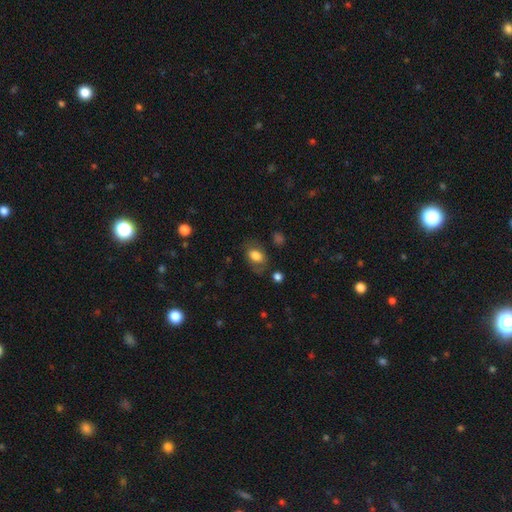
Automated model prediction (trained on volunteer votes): A smooth galaxy with no disk features (73%) that is in between round and cigar-shaped (82%).

Vote fractions:
- Smooth or featured? smooth: 73% / featured or disk: 18% / star or artifact: 8%
- How rounded? in between: 82% / round: 16% / cigar-shaped: 1%
- Merging? none: 68% / minor disturbance: 20% / major disturbance: 10% / merger: 3%